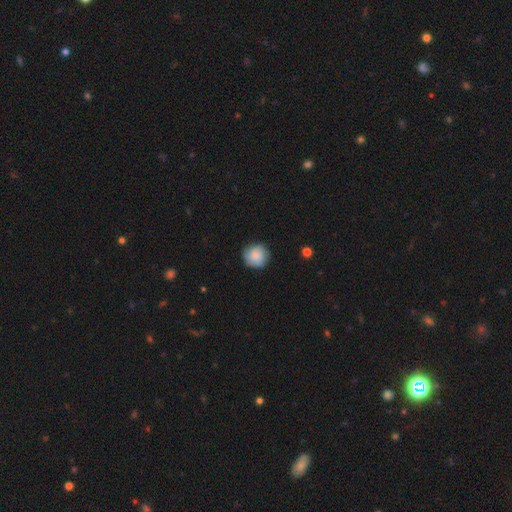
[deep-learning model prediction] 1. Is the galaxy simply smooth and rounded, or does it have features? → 80% smooth, 13% featured or disk, 7% star or artifact.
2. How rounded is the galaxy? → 94% round, 5% in between, 1% cigar-shaped.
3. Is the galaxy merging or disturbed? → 84% none, 12% minor disturbance, 3% major disturbance, 1% merger.